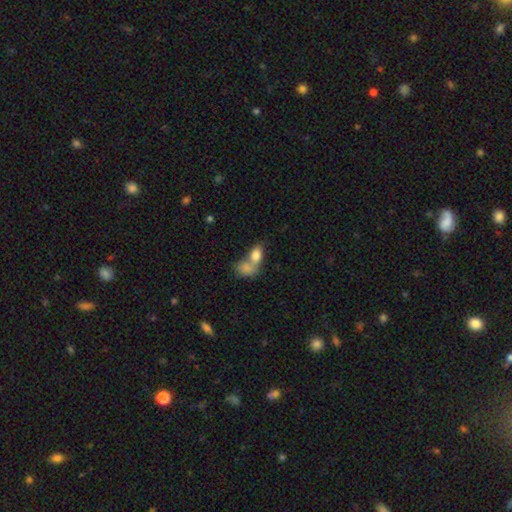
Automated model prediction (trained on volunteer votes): Morphology: type=smooth (82%); roundness=in between (82%); merging=merger (66%).